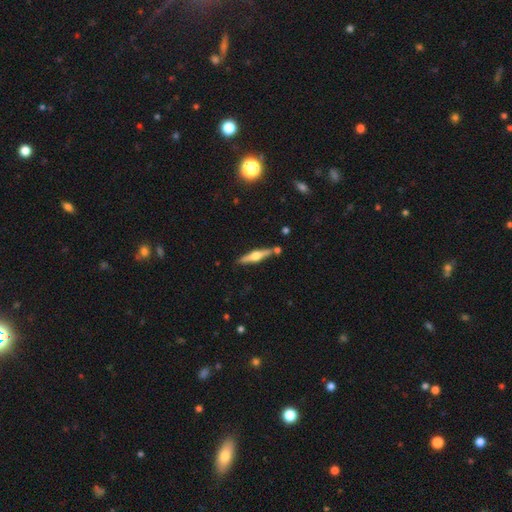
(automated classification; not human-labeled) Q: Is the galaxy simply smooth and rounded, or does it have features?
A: featured or disk — 69%.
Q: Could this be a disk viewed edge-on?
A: yes — 97%.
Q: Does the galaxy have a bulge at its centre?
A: rounded — 93%.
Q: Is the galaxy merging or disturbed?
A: none — 83%.